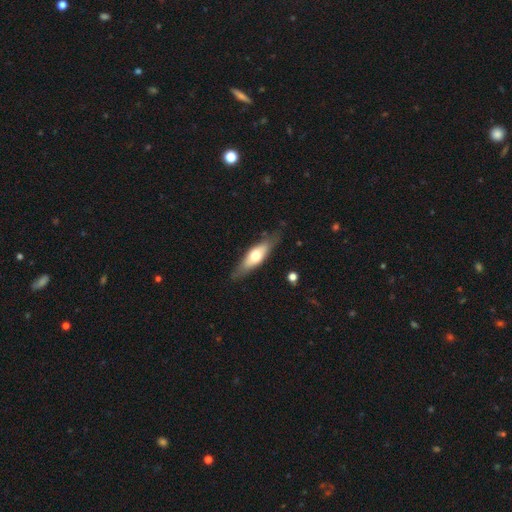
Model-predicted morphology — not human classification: This is possibly a smooth galaxy (54%). How rounded: possibly in between (53%). Merging: likely none (76%).